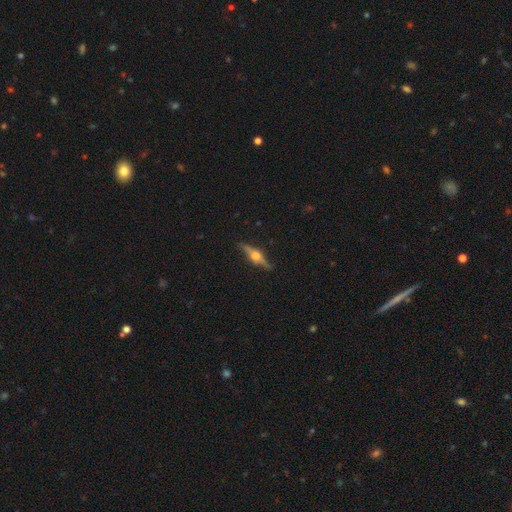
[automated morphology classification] A featured or disk galaxy (81%) viewed edge-on (97%) with a rounded central bulge (95%). Merging: none (87%).